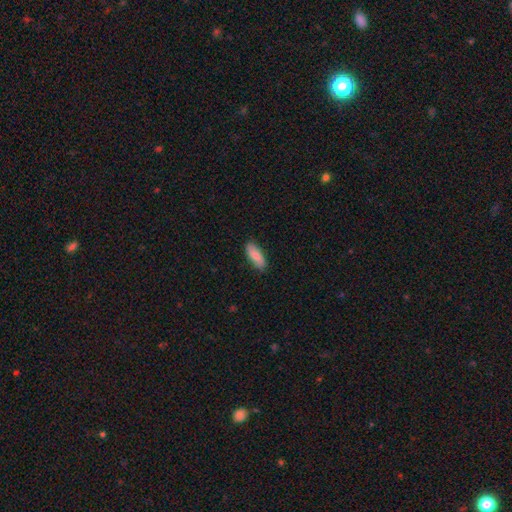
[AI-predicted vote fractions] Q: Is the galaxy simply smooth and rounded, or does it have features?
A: smooth — 81%.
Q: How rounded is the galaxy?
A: in between — 73%.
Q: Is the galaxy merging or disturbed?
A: none — 87%.